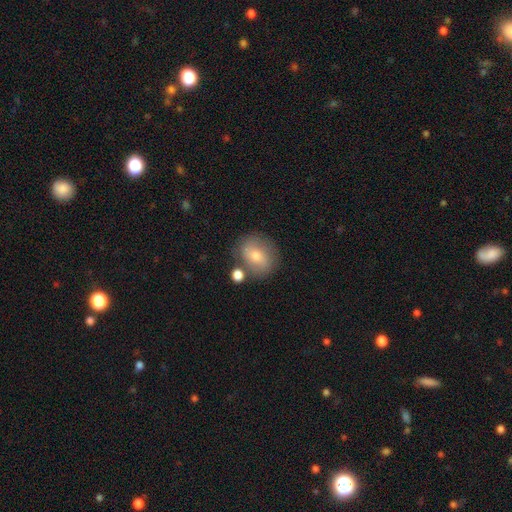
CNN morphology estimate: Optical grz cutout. It shows a smooth galaxy with no disk features (64%) that is round (64%). Merging: none (70%).